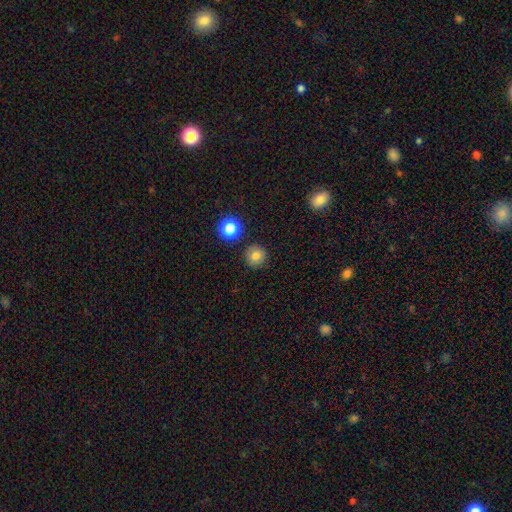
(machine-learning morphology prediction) This appears to be a smooth galaxy with no disk features (79%) that is round (94%). Merging: none (89%).